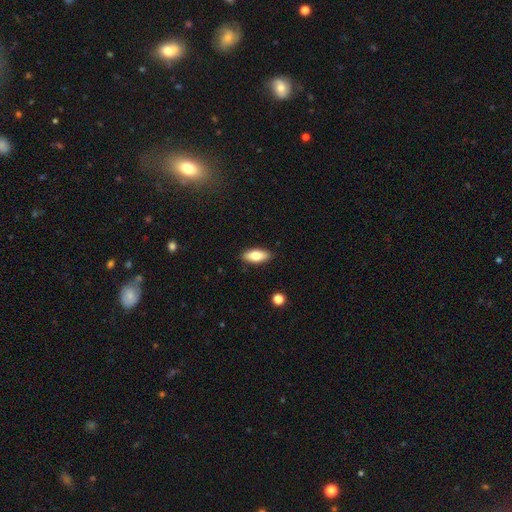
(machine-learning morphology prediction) Smooth or featured? smooth (78%)
How rounded? in between (82%)
Merging? none (89%)